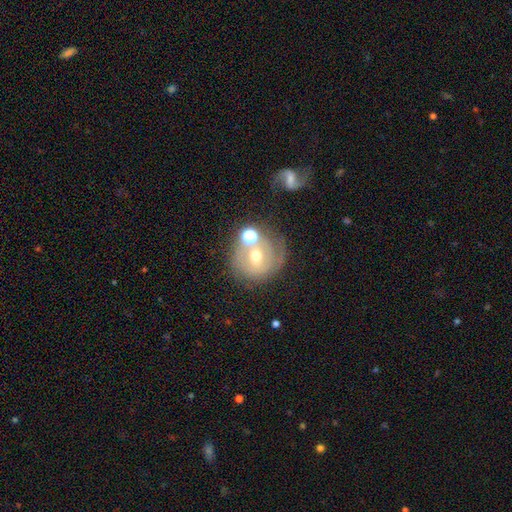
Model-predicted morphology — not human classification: featured or disk 57%, smooth 31%, star or artifact 12%. Down the decision tree: edge-on disk — no (96%); bar — no (46%); spiral arms — yes (72%); bulge size — moderate (64%); merging — none (54%).